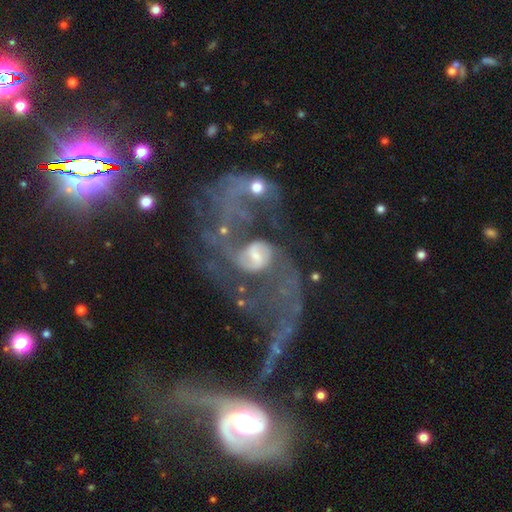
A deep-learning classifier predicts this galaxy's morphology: smooth-or-featured: featured or disk: 80% | smooth: 10% | star or artifact: 9%
  disk-edge-on: no: 97% | yes: 3%
    bar: weak: 43% | no: 40% | strong: 17%
    has-spiral-arms: yes: 84% | no: 16%
      spiral-winding: loose: 58% | medium: 31% | tight: 11%
      spiral-arm-count: 2: 69% | can't tell: 12% | 1: 8% | 3: 4% | 4: 3% | more than 4: 3%
    bulge-size: small: 45% | moderate: 38% | none: 8% | large: 6% | dominant: 2%
  merging: major disturbance: 35% | merger: 34% | none: 21% | minor disturbance: 11%